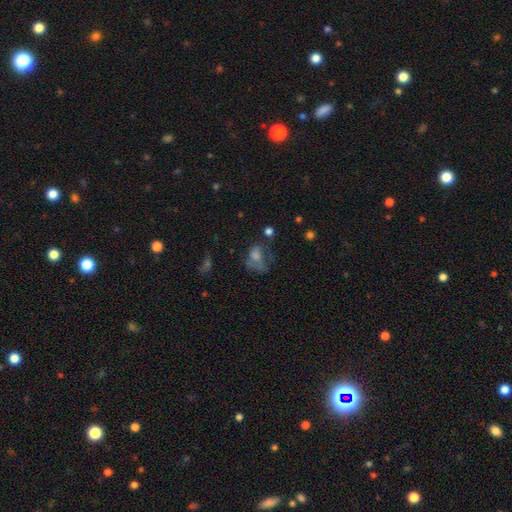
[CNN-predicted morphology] A smooth galaxy with no disk features (45%).

Vote fractions:
- Smooth or featured? smooth: 45% / featured or disk: 33% / star or artifact: 22%
- Merging? major disturbance: 40% / none: 32% / minor disturbance: 21% / merger: 7%